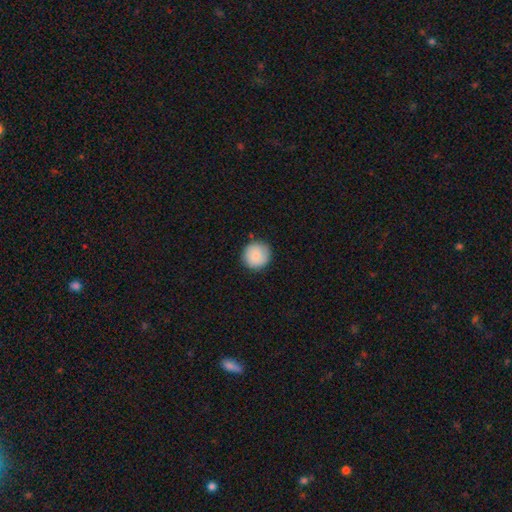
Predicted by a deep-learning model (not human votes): Morphology: type=smooth (82%); roundness=round (94%); merging=none (86%).